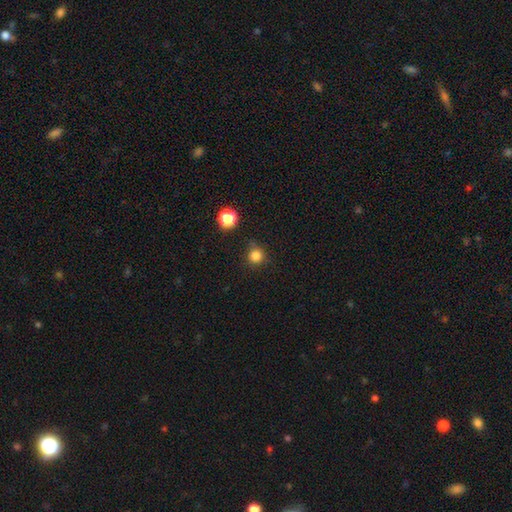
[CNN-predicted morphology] This is clearly a smooth galaxy (82%). How rounded: clearly round (94%). Merging: clearly none (80%).